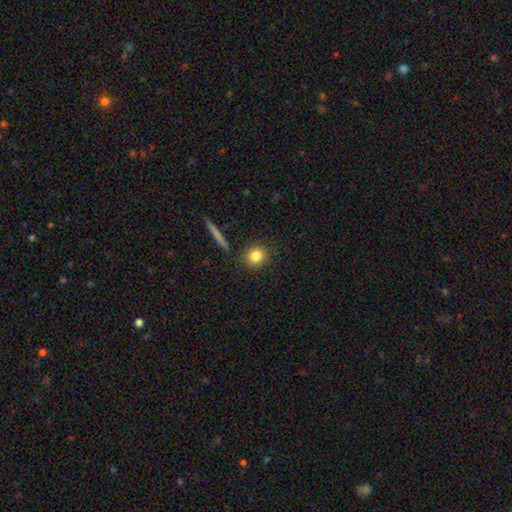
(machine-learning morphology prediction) Smooth or featured?
  - smooth: 84% *
  - star or artifact: 9%
  - featured or disk: 7%
How rounded?
  - round: 83% *
  - in between: 14%
  - cigar-shaped: 3%
Merging?
  - none: 87% *
  - minor disturbance: 7%
  - merger: 3%
  - major disturbance: 2%